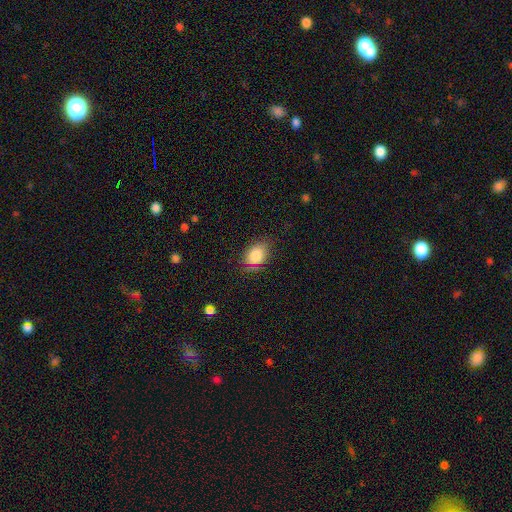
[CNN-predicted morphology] smooth_or_featured: smooth (p=0.81) [alt: star or artifact p=0.11]
how_rounded: in between (p=0.73) [alt: round p=0.25]
merging: none (p=0.76) [alt: minor disturbance p=0.18]